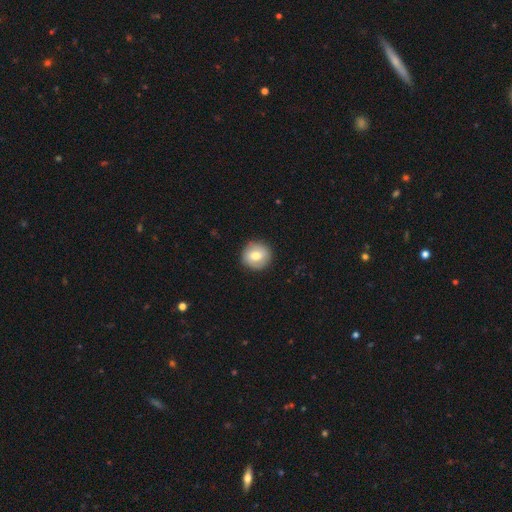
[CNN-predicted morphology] smooth_or_featured: smooth (p=0.69) [alt: featured or disk p=0.23]
how_rounded: round (p=0.93) [alt: in between p=0.06]
merging: none (p=0.89) [alt: minor disturbance p=0.08]